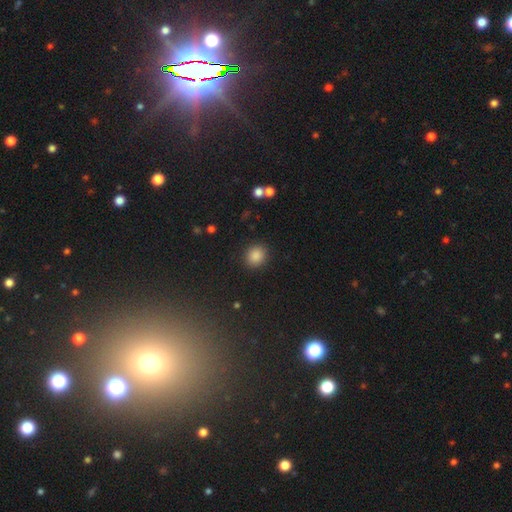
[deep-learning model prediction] A smooth galaxy with no disk features (87%) that is round (79%).

Vote fractions:
- Smooth or featured? smooth: 87% / star or artifact: 10% / featured or disk: 4%
- How rounded? round: 79% / in between: 20% / cigar-shaped: 1%
- Merging? none: 89% / minor disturbance: 6% / major disturbance: 3% / merger: 2%